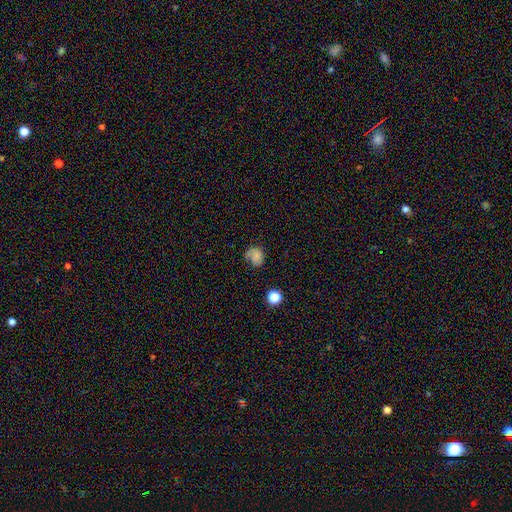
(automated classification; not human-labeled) Smooth or featured? Predicted: smooth (p=0.69). How rounded? Predicted: round (p=0.65). Merging? Predicted: none (p=0.51).